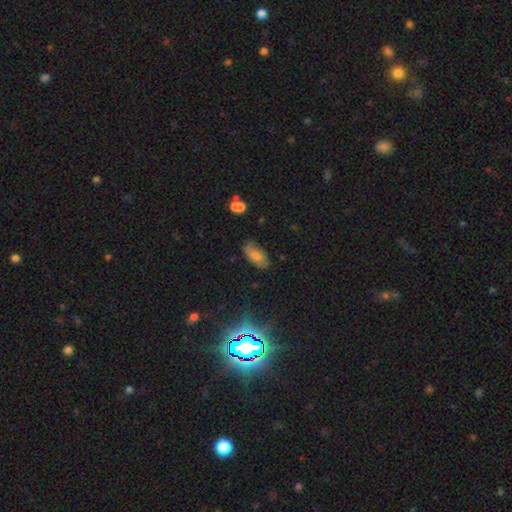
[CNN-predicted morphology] Smooth or featured? smooth (71%)
How rounded? in between (90%)
Merging? none (77%)